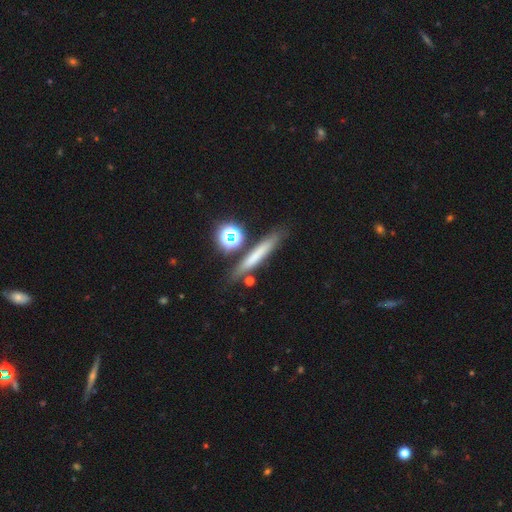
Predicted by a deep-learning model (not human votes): This is likely a smooth galaxy (60%). How rounded: clearly cigar-shaped (84%). Merging: likely none (78%).